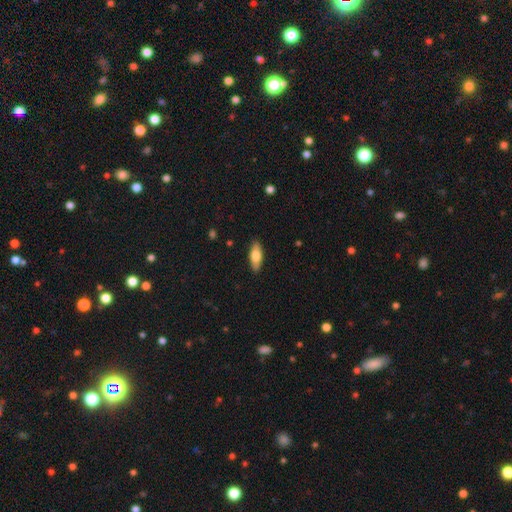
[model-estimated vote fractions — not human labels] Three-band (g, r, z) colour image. It shows a smooth galaxy with no disk features (72%) that is in between round and cigar-shaped (75%). Merging: none (89%).